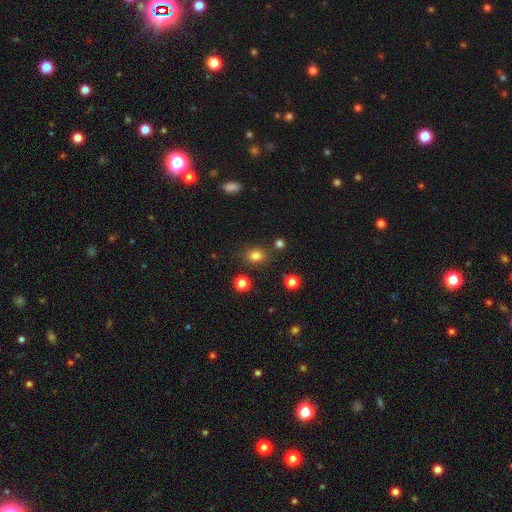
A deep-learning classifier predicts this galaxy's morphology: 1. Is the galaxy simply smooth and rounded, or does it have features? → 81% smooth, 14% star or artifact, 5% featured or disk.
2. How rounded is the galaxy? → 55% round, 44% in between, 1% cigar-shaped.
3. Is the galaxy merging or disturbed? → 81% none, 11% minor disturbance, 4% merger, 4% major disturbance.